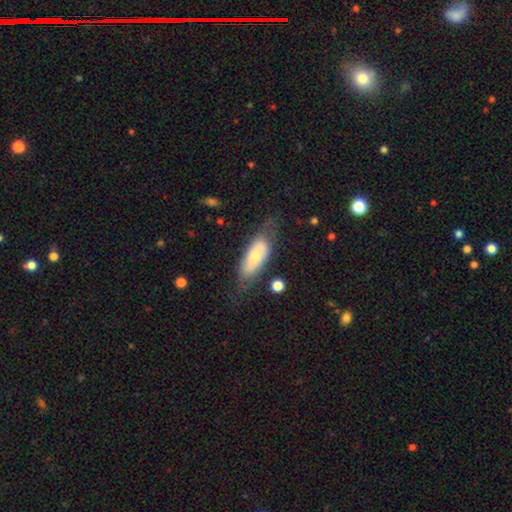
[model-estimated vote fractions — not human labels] Q: Smooth or featured?
A: smooth (58%); runner-up: featured or disk (35%)
Q: How rounded?
A: in between (77%); runner-up: cigar-shaped (20%)
Q: Merging?
A: none (56%); runner-up: minor disturbance (27%)